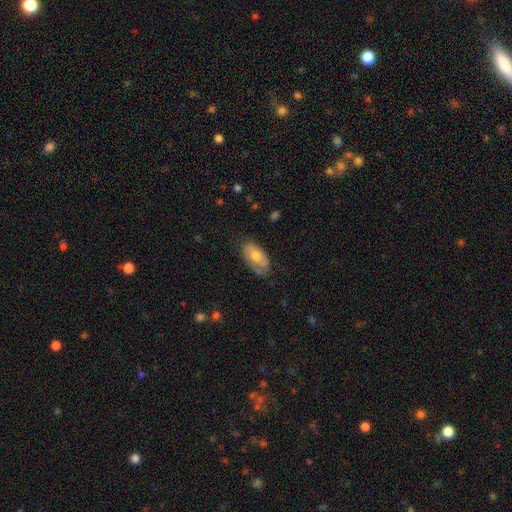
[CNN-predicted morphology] smooth 58%, featured or disk 35%, star or artifact 6%. Down the decision tree: how rounded — in between (93%); merging — none (68%).